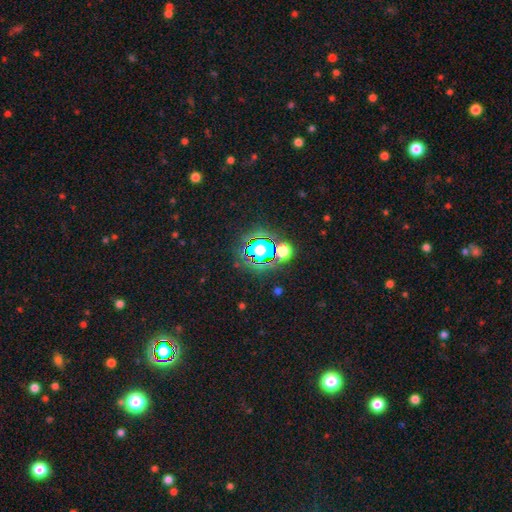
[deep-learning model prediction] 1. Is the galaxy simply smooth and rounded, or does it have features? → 63% star or artifact, 27% smooth, 11% featured or disk.